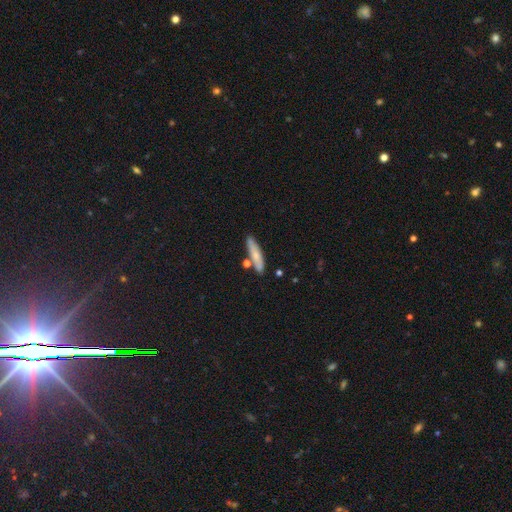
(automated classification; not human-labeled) Smooth or featured? Predicted: smooth (p=0.68). How rounded? Predicted: cigar-shaped (p=0.79). Merging? Predicted: none (p=0.76).